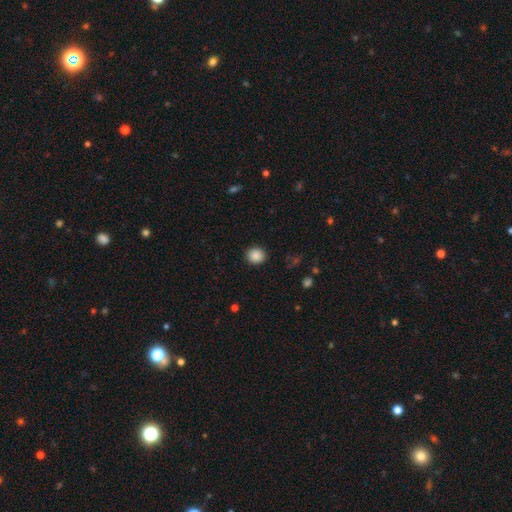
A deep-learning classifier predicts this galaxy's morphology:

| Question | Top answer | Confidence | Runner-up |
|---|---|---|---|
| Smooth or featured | smooth | 88% | star or artifact (9%) |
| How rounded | round | 81% | in between (18%) |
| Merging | none | 90% | minor disturbance (6%) |